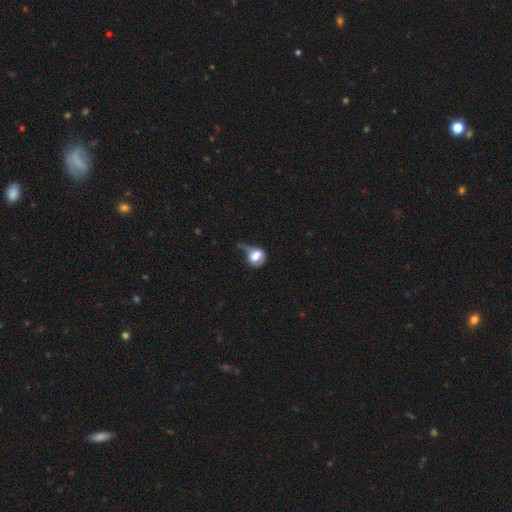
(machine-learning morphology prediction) Overall: smooth (70%). How rounded: round (53%; in between 46%). Merging: major disturbance (40%; minor disturbance 29%).